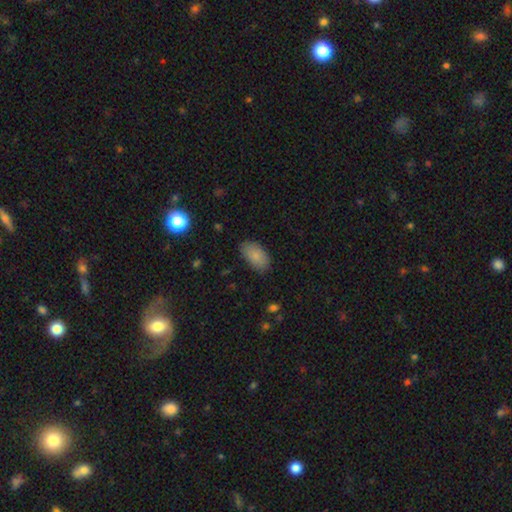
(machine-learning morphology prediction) Smooth or featured: smooth — 84% (featured or disk — 9%)
How rounded: in between — 94% (round — 4%)
Merging: none — 83% (minor disturbance — 13%)